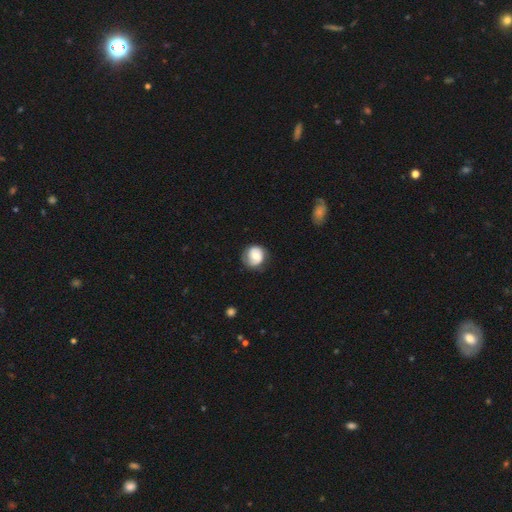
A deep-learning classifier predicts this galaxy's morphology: smooth_or_featured: smooth (p=0.51) [alt: featured or disk p=0.42]
how_rounded: round (p=0.83) [alt: in between p=0.16]
merging: none (p=0.74) [alt: minor disturbance p=0.19]